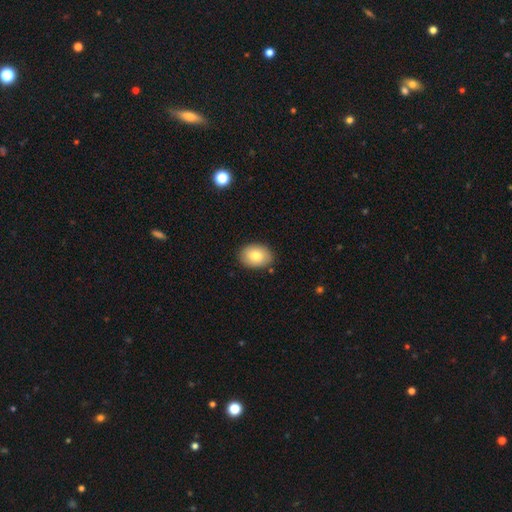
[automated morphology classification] This is clearly a smooth galaxy (81%). How rounded: likely in between (74%). Merging: clearly none (86%).